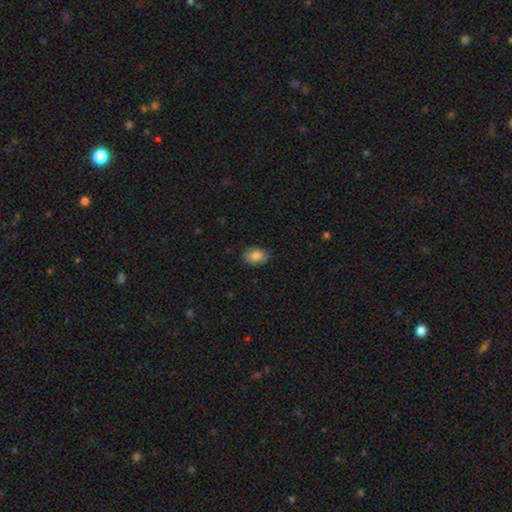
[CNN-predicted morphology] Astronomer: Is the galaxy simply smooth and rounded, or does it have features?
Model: smooth — 83%.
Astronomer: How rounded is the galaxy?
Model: in between — 80%.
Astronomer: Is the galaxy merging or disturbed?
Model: none — 84%.